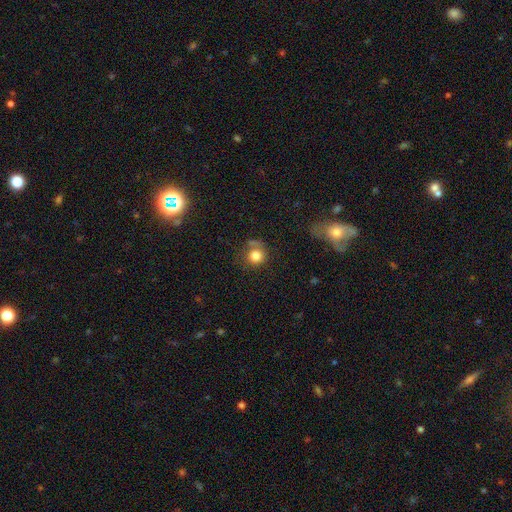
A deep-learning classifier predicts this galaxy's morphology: Q: Smooth or featured?
A: smooth (81%); runner-up: star or artifact (10%)
Q: How rounded?
A: round (87%); runner-up: in between (12%)
Q: Merging?
A: none (61%); runner-up: minor disturbance (20%)